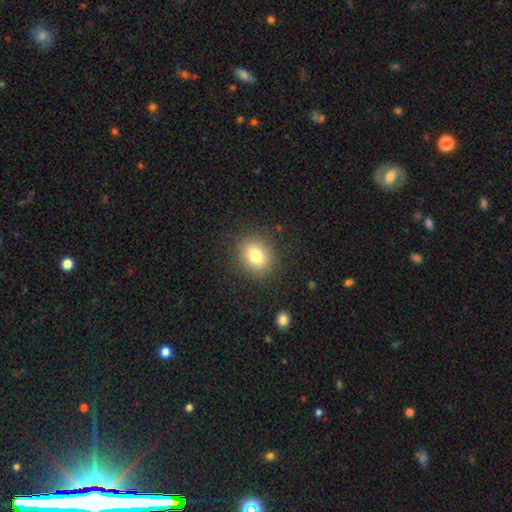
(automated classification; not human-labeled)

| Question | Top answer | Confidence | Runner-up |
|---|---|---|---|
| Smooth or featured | smooth | 80% | star or artifact (11%) |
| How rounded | round | 64% | in between (35%) |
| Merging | none | 87% | minor disturbance (9%) |